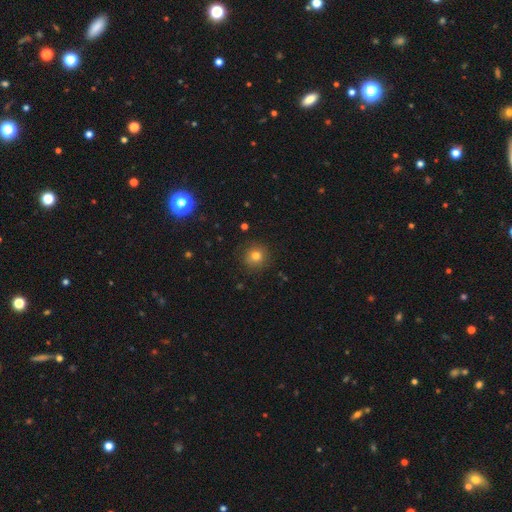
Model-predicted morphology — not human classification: smooth-or-featured: smooth: 78% | star or artifact: 13% | featured or disk: 8%
  how-rounded: round: 92% | in between: 7% | cigar-shaped: 1%
  merging: none: 88% | minor disturbance: 9% | major disturbance: 3% | merger: 1%